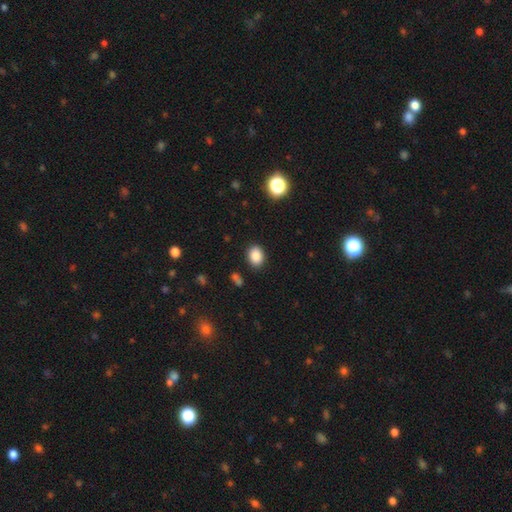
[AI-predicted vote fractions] This is clearly a smooth galaxy (87%). How rounded: likely in between (63%). Merging: clearly none (88%).